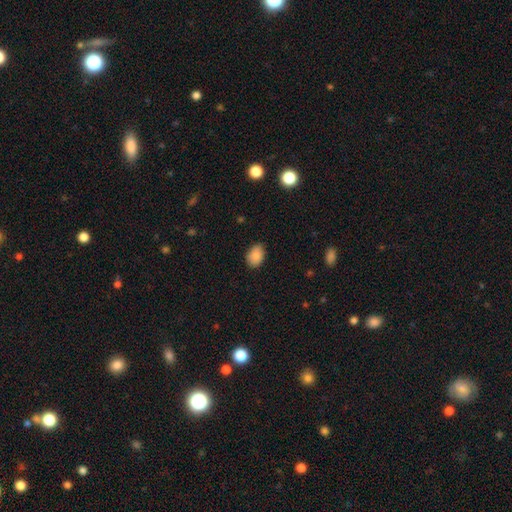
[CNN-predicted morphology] smooth_or_featured: smooth (p=0.87) [alt: star or artifact p=0.08]
how_rounded: in between (p=0.80) [alt: round p=0.19]
merging: none (p=0.84) [alt: minor disturbance p=0.12]